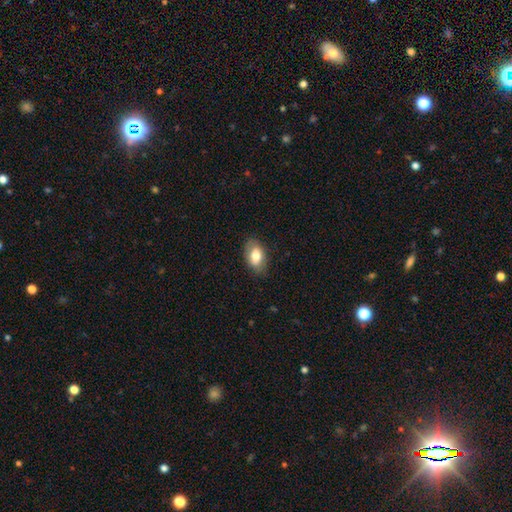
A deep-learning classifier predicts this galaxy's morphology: This appears to be a smooth galaxy with no disk features (74%) that is in between round and cigar-shaped (90%). Merging: none (82%).